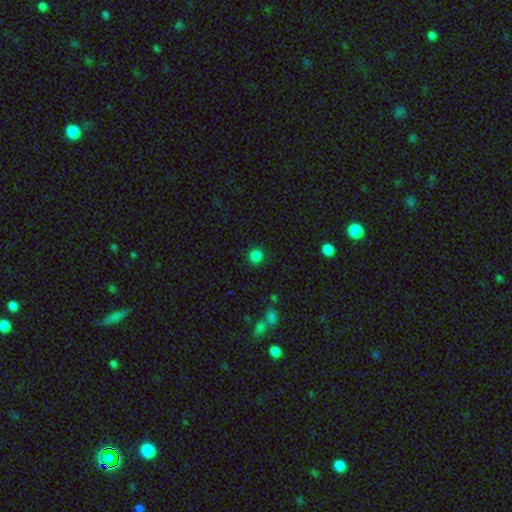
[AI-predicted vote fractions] This appears to be a smooth galaxy with no disk features (84%) that is round (91%). Merging: none (89%).